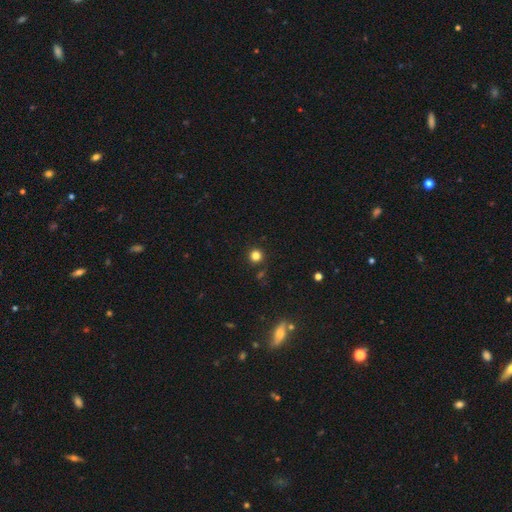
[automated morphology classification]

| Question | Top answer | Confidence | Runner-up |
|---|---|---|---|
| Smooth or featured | smooth | 81% | star or artifact (15%) |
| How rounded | round | 95% | in between (4%) |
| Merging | none | 88% | minor disturbance (6%) |